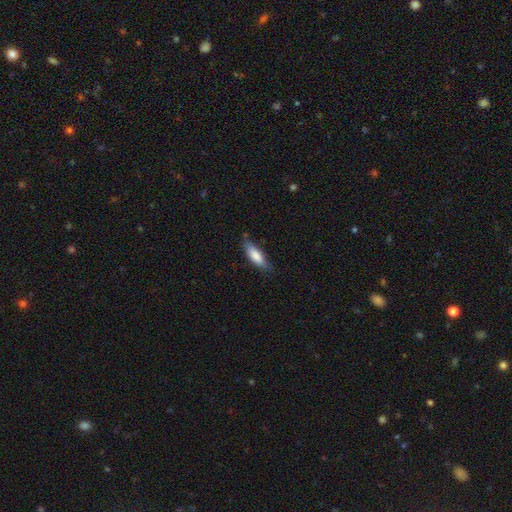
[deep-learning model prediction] Morphology: type=smooth (80%); roundness=in between (53%); merging=none (71%).